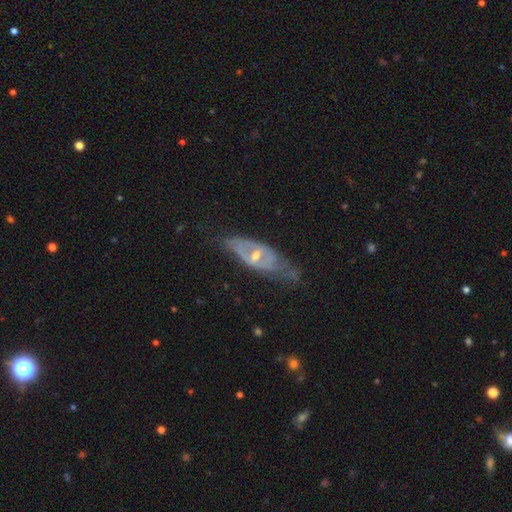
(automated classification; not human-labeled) Q: Smooth or featured?
A: featured or disk (74%); runner-up: smooth (20%)
Q: Edge-on disk?
A: no (72%); runner-up: yes (28%)
Q: Bar?
A: no (44%); runner-up: weak (37%)
Q: Spiral arms?
A: no (53%); runner-up: yes (47%)
Q: Bulge size?
A: moderate (61%); runner-up: small (35%)
Q: Merging?
A: none (54%); runner-up: minor disturbance (29%)